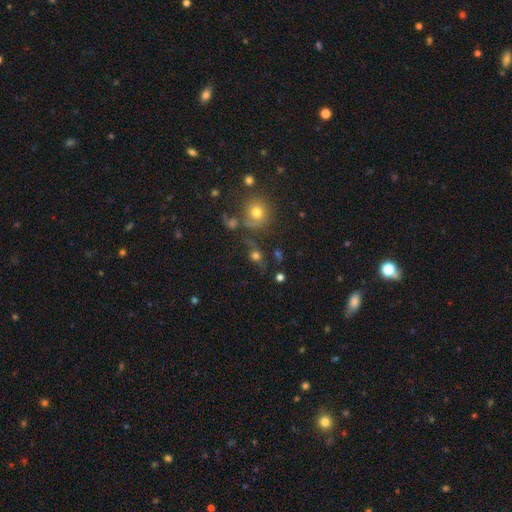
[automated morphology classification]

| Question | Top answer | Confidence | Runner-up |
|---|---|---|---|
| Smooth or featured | smooth | 57% | star or artifact (22%) |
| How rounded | round | 70% | in between (26%) |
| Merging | none | 54% | minor disturbance (17%) |